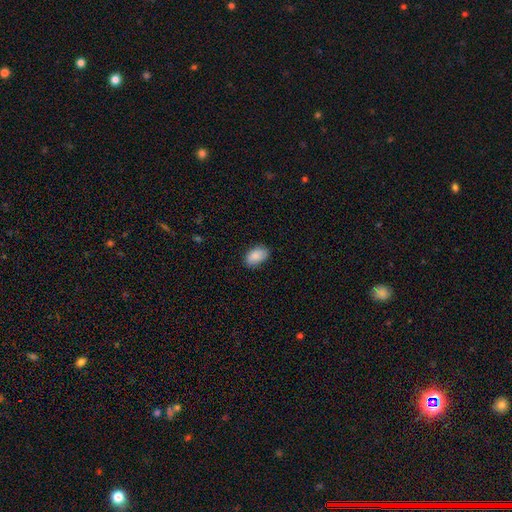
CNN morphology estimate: A smooth galaxy with no disk features (88%) that is in between round and cigar-shaped (91%). Merging: none (81%).